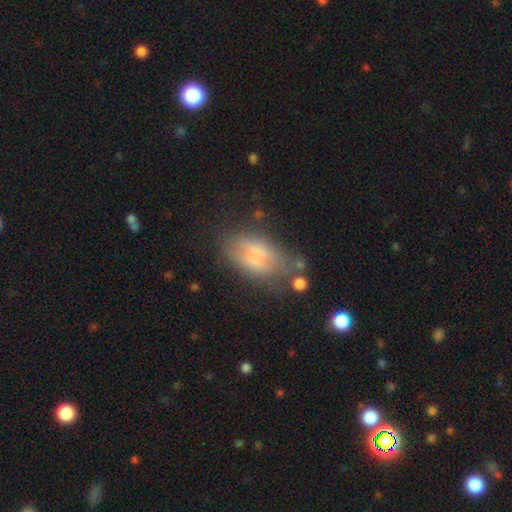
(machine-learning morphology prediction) This appears to be a smooth galaxy with no disk features (53%) that is in between round and cigar-shaped (85%). Merging: none (41%).